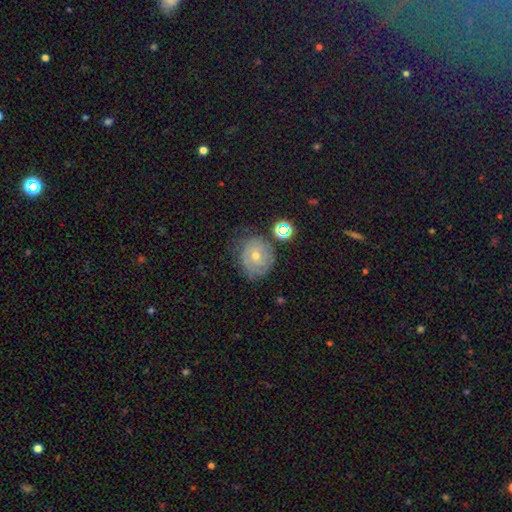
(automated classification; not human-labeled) Overall: featured or disk (58%; smooth 30%). Edge-on disk: no (96%). Bar: no (73%). Spiral arms: yes (77%). Bulge size: moderate (49%; small 48%). Merging: none (65%).